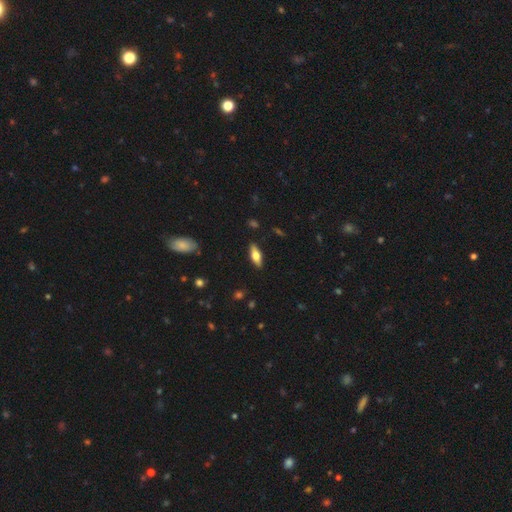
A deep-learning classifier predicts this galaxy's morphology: Smooth or featured: smooth — 58% (featured or disk — 36%)
How rounded: in between — 67% (cigar-shaped — 30%)
Merging: none — 87% (minor disturbance — 9%)